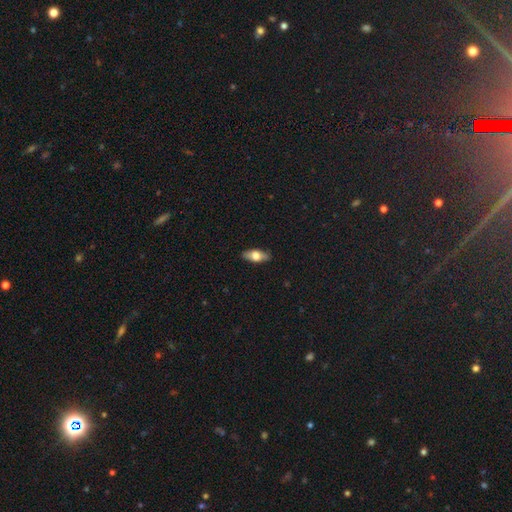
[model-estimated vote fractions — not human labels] A smooth galaxy with no disk features (61%) that is in between round and cigar-shaped (78%).

Vote fractions:
- Smooth or featured? smooth: 61% / featured or disk: 32% / star or artifact: 7%
- How rounded? in between: 78% / cigar-shaped: 18% / round: 4%
- Merging? none: 87% / minor disturbance: 10% / major disturbance: 2% / merger: 1%